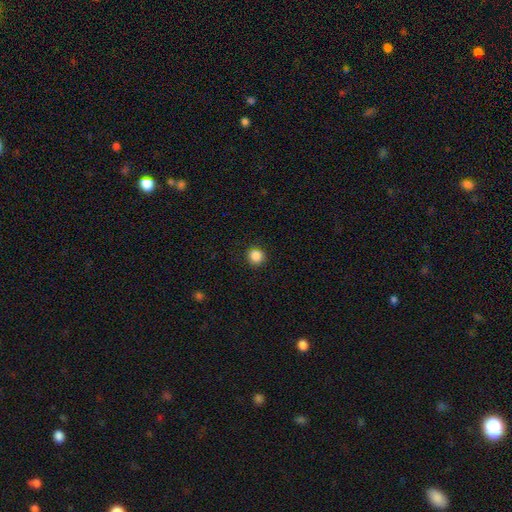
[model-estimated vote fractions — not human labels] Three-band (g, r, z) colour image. It shows a smooth galaxy with no disk features (86%) that is round (93%). Merging: none (90%).